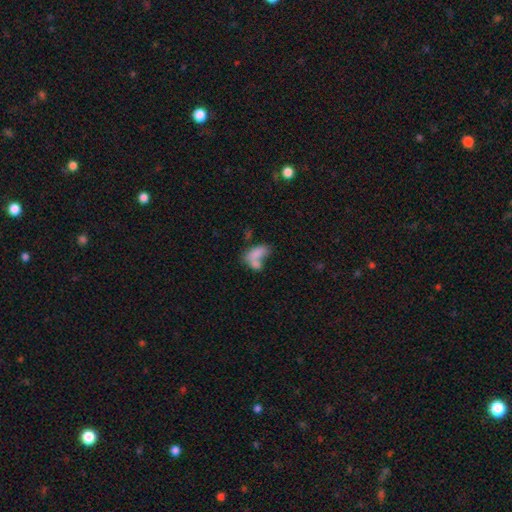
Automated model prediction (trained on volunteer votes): The model was most divided on "merging": merger: 57%, none: 21%, major disturbance: 11%, minor disturbance: 11%. More confident: how rounded — in between (88%); smooth or featured — smooth (74%).